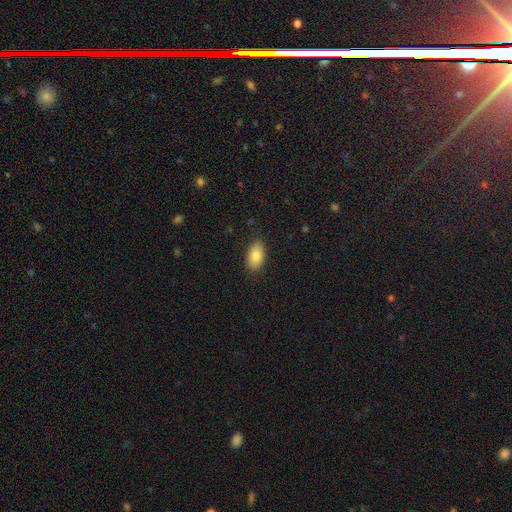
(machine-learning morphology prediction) smooth_or_featured: smooth (p=0.84) [alt: featured or disk p=0.09]
how_rounded: in between (p=0.93) [alt: round p=0.05]
merging: none (p=0.86) [alt: minor disturbance p=0.11]